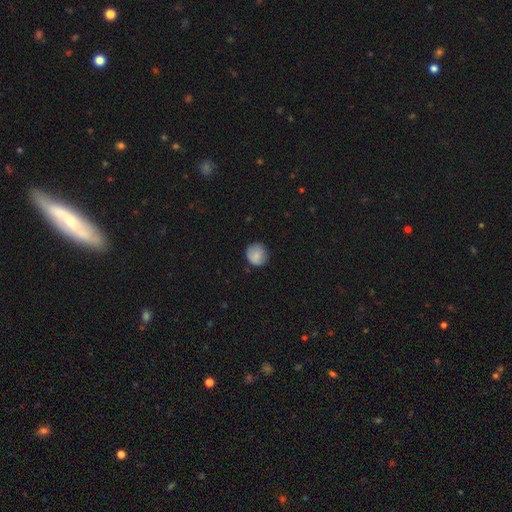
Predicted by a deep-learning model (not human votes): This appears to be a smooth galaxy with no disk features (82%) that is round (86%). Merging: none (75%).